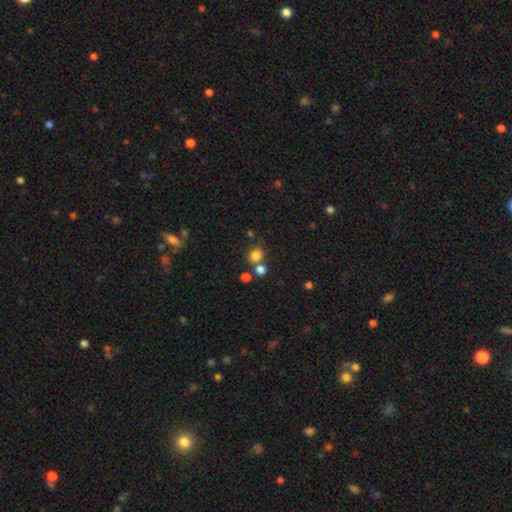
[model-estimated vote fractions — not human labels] A smooth galaxy with no disk features (80%) that is round (65%).

Vote fractions:
- Smooth or featured? smooth: 80% / star or artifact: 14% / featured or disk: 7%
- How rounded? round: 65% / in between: 34% / cigar-shaped: 1%
- Merging? none: 62% / merger: 23% / minor disturbance: 11% / major disturbance: 5%